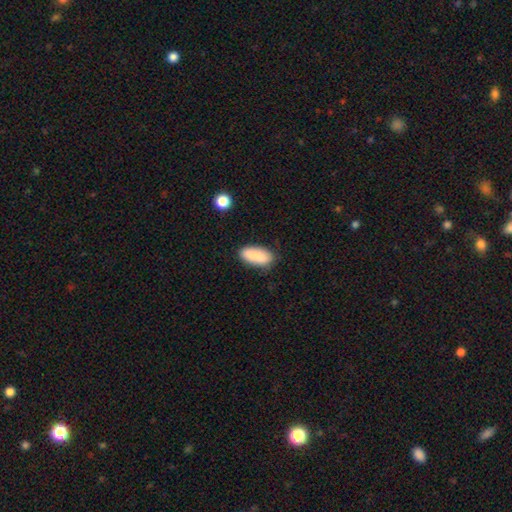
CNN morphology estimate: smooth_or_featured: smooth (p=0.89) [alt: star or artifact p=0.07]
how_rounded: in between (p=0.86) [alt: cigar-shaped p=0.11]
merging: none (p=0.83) [alt: minor disturbance p=0.13]